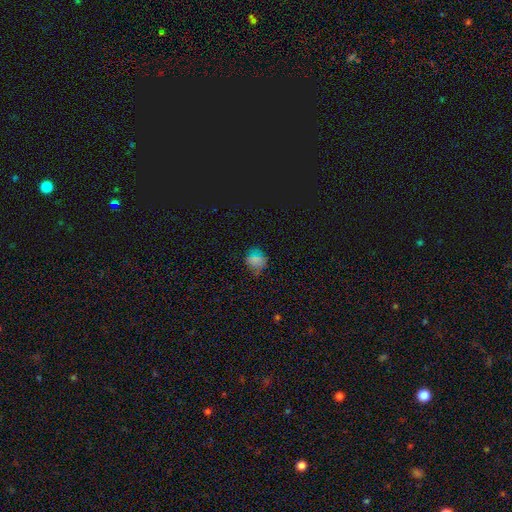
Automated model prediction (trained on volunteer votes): A smooth galaxy with no disk features (51%) that is round (76%).

Vote fractions:
- Smooth or featured? smooth: 51% / star or artifact: 35% / featured or disk: 14%
- How rounded? round: 76% / in between: 22% / cigar-shaped: 2%
- Merging? none: 75% / minor disturbance: 17% / major disturbance: 6% / merger: 2%